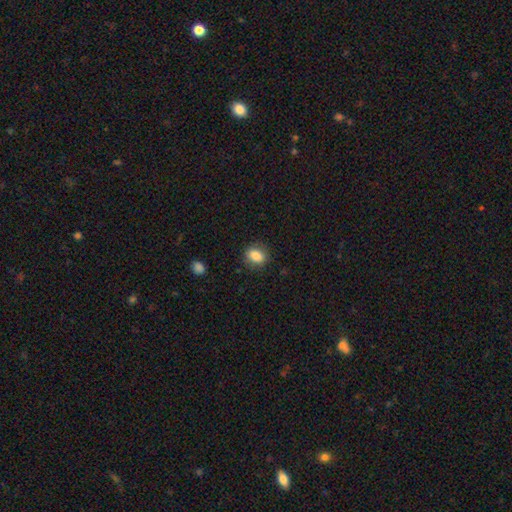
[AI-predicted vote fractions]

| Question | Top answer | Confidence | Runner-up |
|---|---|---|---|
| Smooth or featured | smooth | 86% | star or artifact (9%) |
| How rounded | in between | 65% | round (33%) |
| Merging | none | 84% | minor disturbance (11%) |